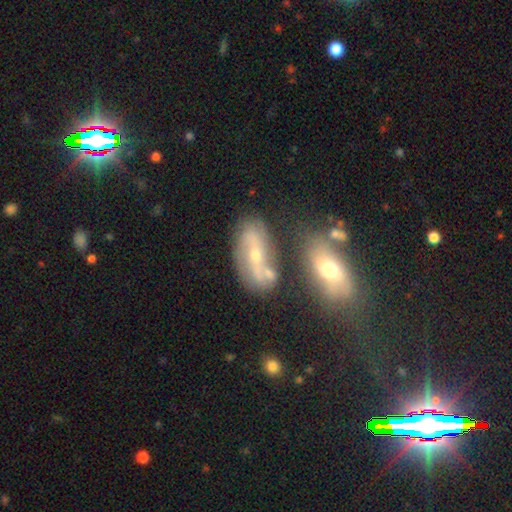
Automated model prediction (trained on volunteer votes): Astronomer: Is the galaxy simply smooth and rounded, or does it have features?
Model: featured or disk — 67%.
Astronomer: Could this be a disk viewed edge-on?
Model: no — 89%.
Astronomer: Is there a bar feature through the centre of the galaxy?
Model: no — 45% (runner-up: weak, 34%).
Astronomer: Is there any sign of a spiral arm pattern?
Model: yes — 79%.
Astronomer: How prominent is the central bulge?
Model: small — 55% (runner-up: moderate, 41%).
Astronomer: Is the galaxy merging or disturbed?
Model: none — 57%.